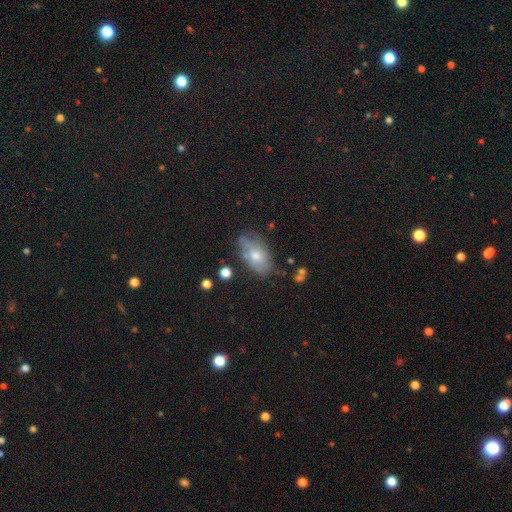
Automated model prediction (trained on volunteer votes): smooth 62%, featured or disk 29%, star or artifact 9%. Down the decision tree: how rounded — in between (90%); merging — none (63%).